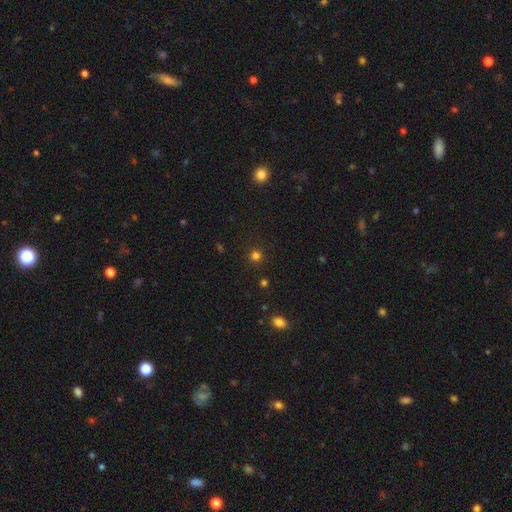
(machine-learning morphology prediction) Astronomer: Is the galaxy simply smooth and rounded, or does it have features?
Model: smooth — 76%.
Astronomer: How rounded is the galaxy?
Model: round — 94%.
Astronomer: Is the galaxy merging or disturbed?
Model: none — 91%.